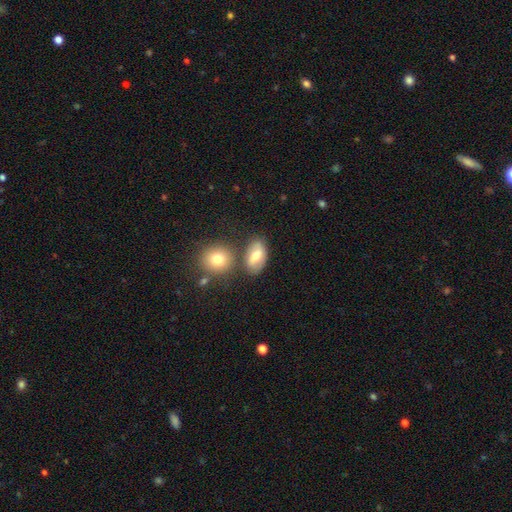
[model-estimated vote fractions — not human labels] Q: Smooth or featured?
A: smooth (67%); runner-up: featured or disk (24%)
Q: How rounded?
A: in between (86%); runner-up: round (10%)
Q: Merging?
A: none (68%); runner-up: minor disturbance (15%)